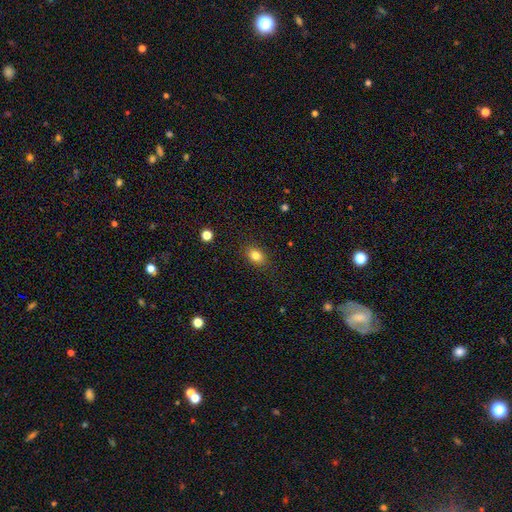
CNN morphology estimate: A smooth galaxy with no disk features (82%) that is in between round and cigar-shaped (73%).

Vote fractions:
- Smooth or featured? smooth: 82% / star or artifact: 10% / featured or disk: 7%
- How rounded? in between: 73% / round: 26% / cigar-shaped: 2%
- Merging? none: 87% / minor disturbance: 10% / major disturbance: 3% / merger: 1%